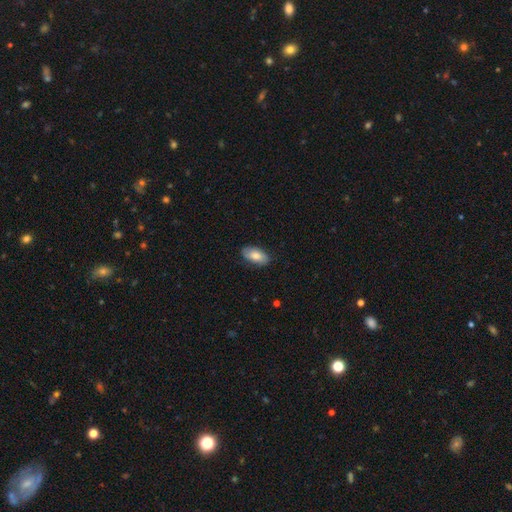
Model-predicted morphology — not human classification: This is likely a smooth galaxy (76%). How rounded: clearly in between (93%). Merging: clearly none (82%).